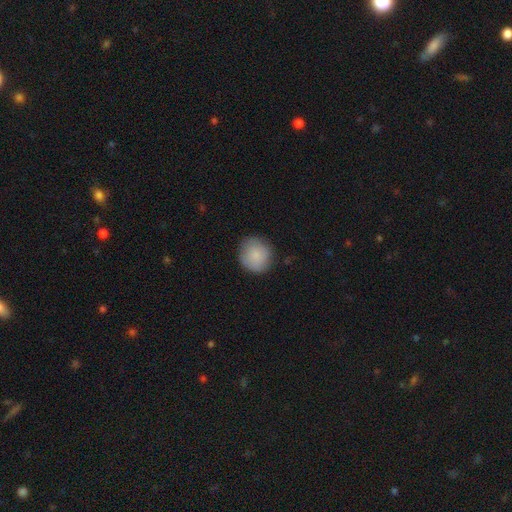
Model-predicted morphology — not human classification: This appears to be a smooth galaxy with no disk features (85%) that is round (89%). Merging: none (83%).